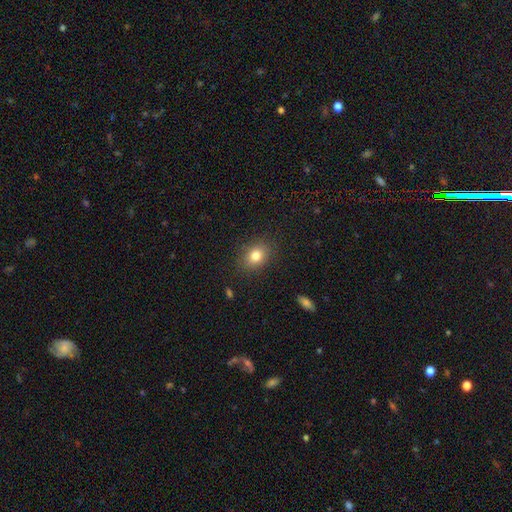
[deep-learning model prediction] smooth_or_featured: smooth (p=0.81) [alt: star or artifact p=0.10]
how_rounded: in between (p=0.58) [alt: round p=0.41]
merging: none (p=0.85) [alt: minor disturbance p=0.10]